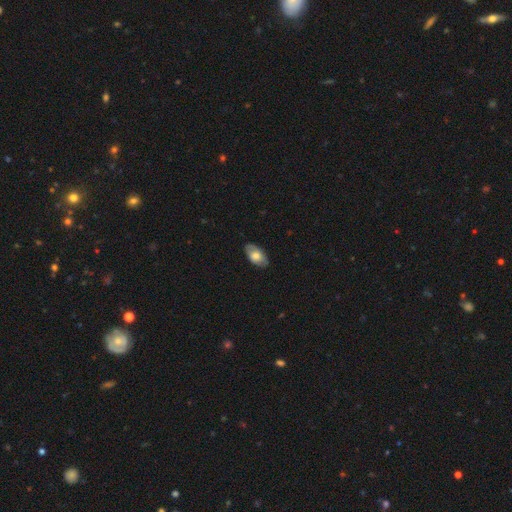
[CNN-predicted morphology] Smooth or featured? Predicted: smooth (p=0.64). How rounded? Predicted: in between (p=0.94). Merging? Predicted: none (p=0.81).